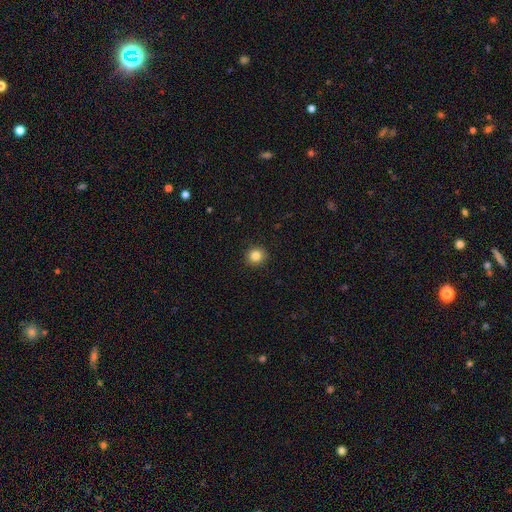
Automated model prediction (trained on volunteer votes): Morphology: type=smooth (84%); roundness=round (91%); merging=none (92%).